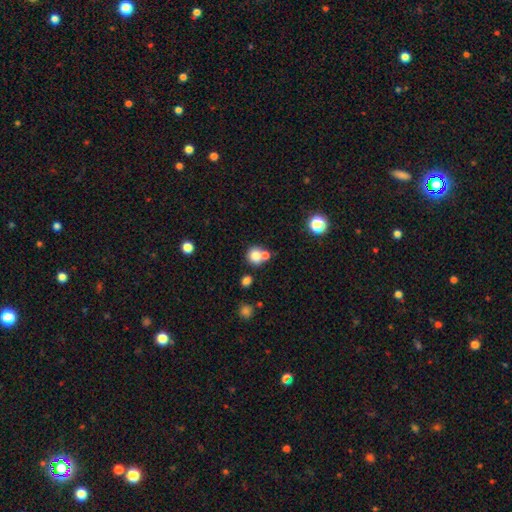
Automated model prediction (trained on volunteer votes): The model was most divided on "merging": none: 50%, merger: 37%, minor disturbance: 9%, major disturbance: 4%. More confident: how rounded — round (84%); smooth or featured — smooth (79%).